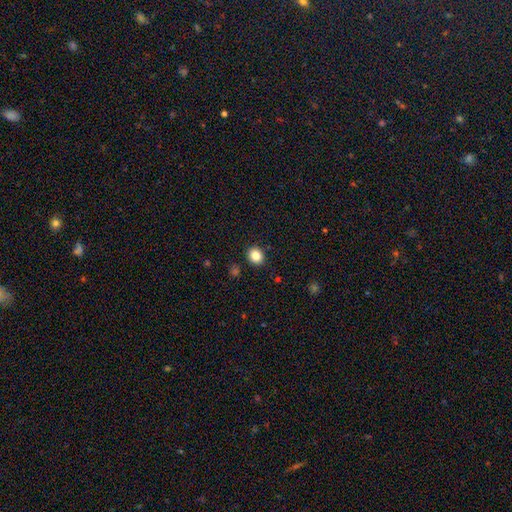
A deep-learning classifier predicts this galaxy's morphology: Smooth or featured?
  - smooth: 84% *
  - star or artifact: 11%
  - featured or disk: 5%
How rounded?
  - round: 72% *
  - in between: 27%
  - cigar-shaped: 1%
Merging?
  - none: 90% *
  - minor disturbance: 7%
  - major disturbance: 2%
  - merger: 2%